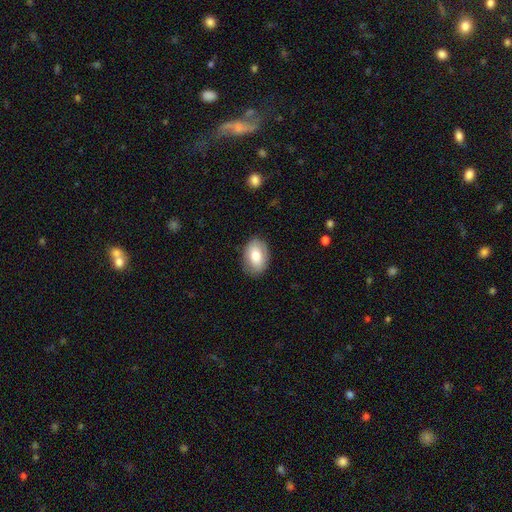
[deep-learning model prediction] smooth_or_featured: smooth (p=0.74) [alt: featured or disk p=0.19]
how_rounded: in between (p=0.84) [alt: round p=0.15]
merging: none (p=0.82) [alt: minor disturbance p=0.13]